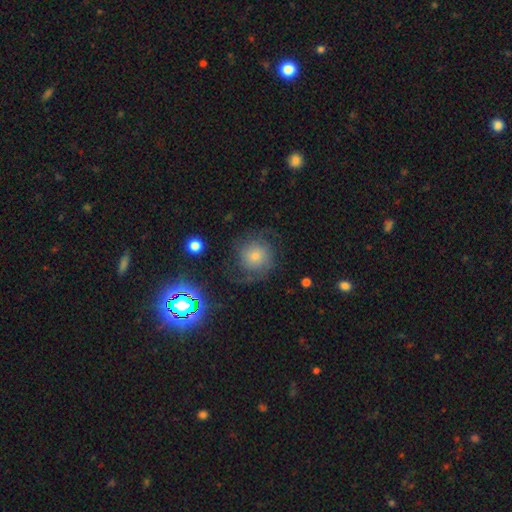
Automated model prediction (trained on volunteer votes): This is possibly a featured or disk galaxy (57%). It is clearly not viewed edge-on (97%). Bar: likely no (78%). Spiral arm pattern: clearly yes (91%). Spiral arm count: possibly 2 (58%). Spiral winding: marginally tight (42%). Central bulge: possibly small (55%). Merging: likely none (71%).